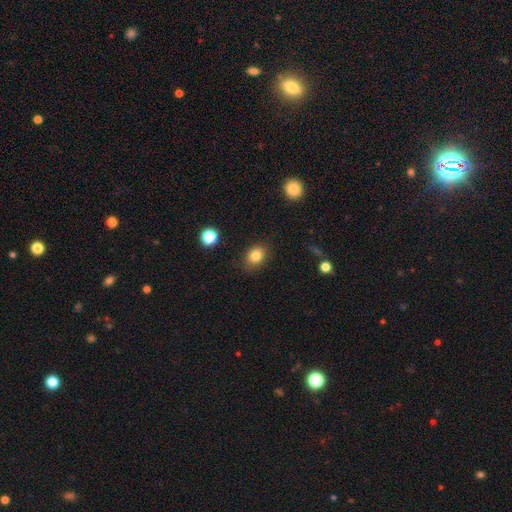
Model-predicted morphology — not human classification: type=smooth (83%); roundness=in between (56%); merging=none (84%).